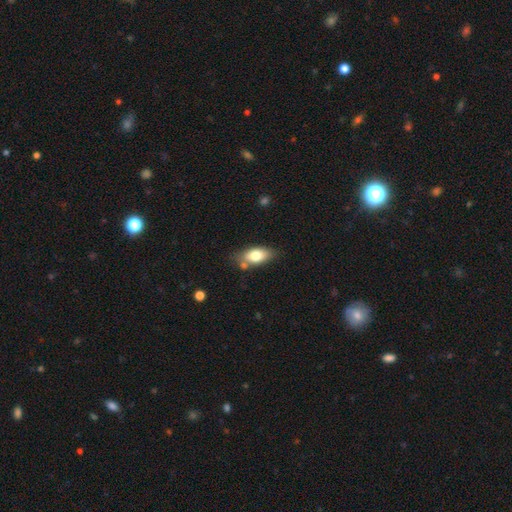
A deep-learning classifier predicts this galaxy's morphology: Smooth or featured?
  - smooth: 74% *
  - featured or disk: 19%
  - star or artifact: 7%
How rounded?
  - in between: 88% *
  - cigar-shaped: 7%
  - round: 5%
Merging?
  - none: 69% *
  - minor disturbance: 18%
  - merger: 9%
  - major disturbance: 4%